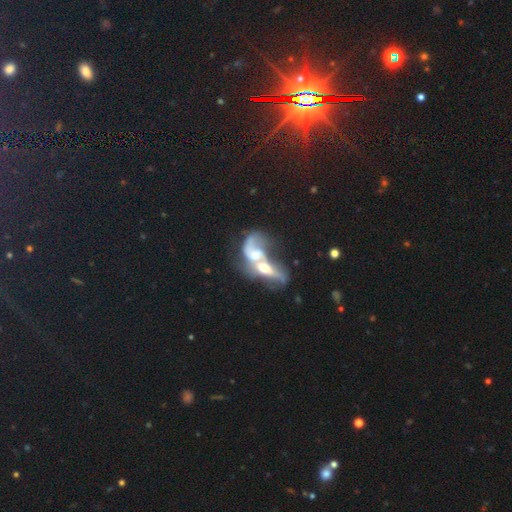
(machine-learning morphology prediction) type=featured or disk (68%); edge-on=no (88%); bar=no (63%); spiral arms=yes (63%); bulge=moderate (55%); merging=merger (79%).